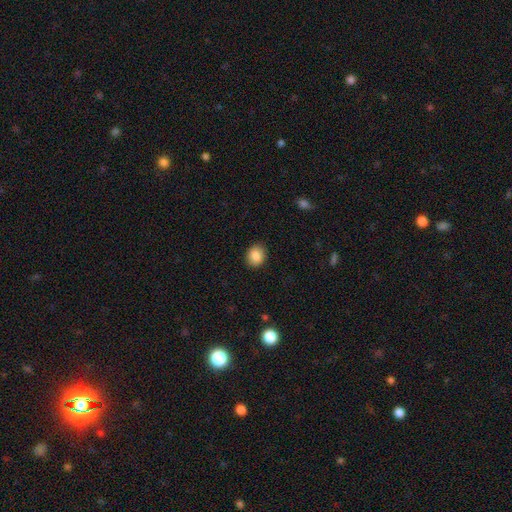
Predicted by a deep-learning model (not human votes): Q: Smooth or featured?
A: smooth (87%); runner-up: star or artifact (8%)
Q: How rounded?
A: round (60%); runner-up: in between (39%)
Q: Merging?
A: none (88%); runner-up: minor disturbance (9%)